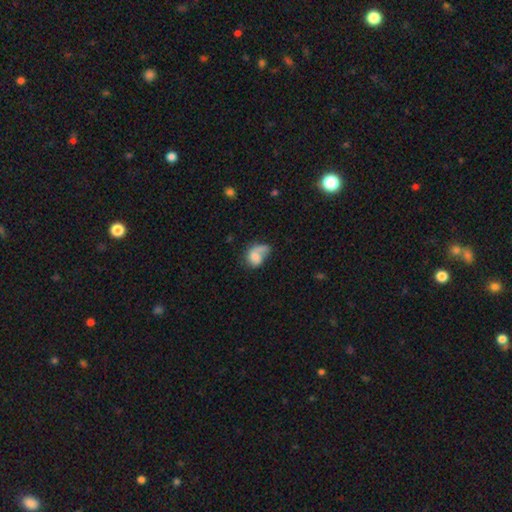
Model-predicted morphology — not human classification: smooth-or-featured: smooth: 55% | featured or disk: 36% | star or artifact: 9%
  how-rounded: in between: 66% | round: 32% | cigar-shaped: 2%
  merging: major disturbance: 33% | none: 30% | minor disturbance: 21% | merger: 17%